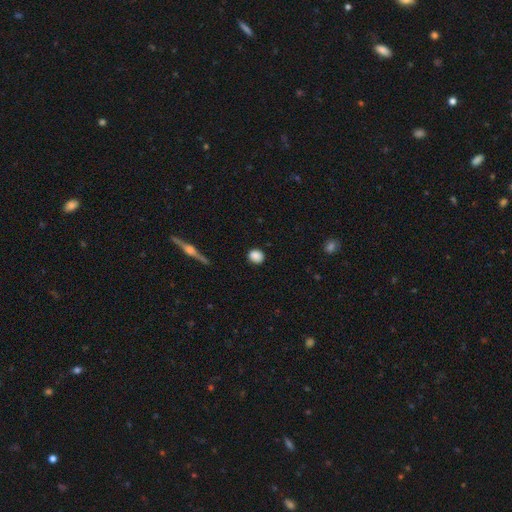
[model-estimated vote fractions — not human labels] A smooth galaxy with no disk features (87%) that is round (77%).

Vote fractions:
- Smooth or featured? smooth: 87% / star or artifact: 8% / featured or disk: 5%
- How rounded? round: 77% / in between: 21% / cigar-shaped: 2%
- Merging? none: 88% / minor disturbance: 9% / major disturbance: 2% / merger: 2%